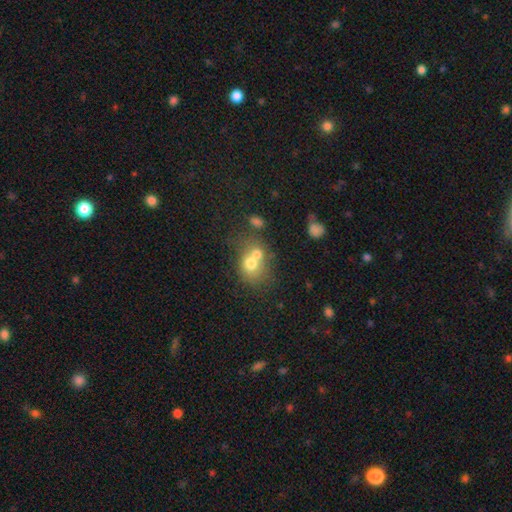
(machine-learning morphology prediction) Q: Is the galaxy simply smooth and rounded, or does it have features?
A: smooth — 65%.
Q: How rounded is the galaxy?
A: round — 64%.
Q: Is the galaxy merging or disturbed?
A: merger — 58%.